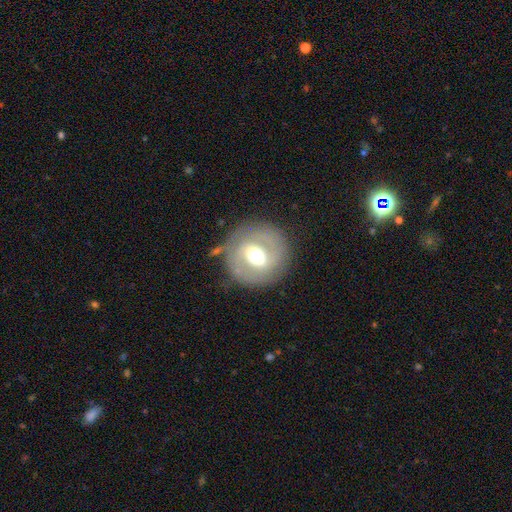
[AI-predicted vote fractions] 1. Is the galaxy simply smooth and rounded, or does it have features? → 60% featured or disk, 32% smooth, 8% star or artifact.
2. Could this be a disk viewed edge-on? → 96% no, 4% yes.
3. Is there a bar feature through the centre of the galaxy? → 47% weak, 28% strong, 25% no.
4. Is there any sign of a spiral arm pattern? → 61% yes, 39% no.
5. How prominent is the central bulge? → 66% moderate, 23% large, 8% small, 2% dominant, 1% none.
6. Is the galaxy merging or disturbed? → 76% none, 13% minor disturbance, 7% major disturbance, 3% merger.